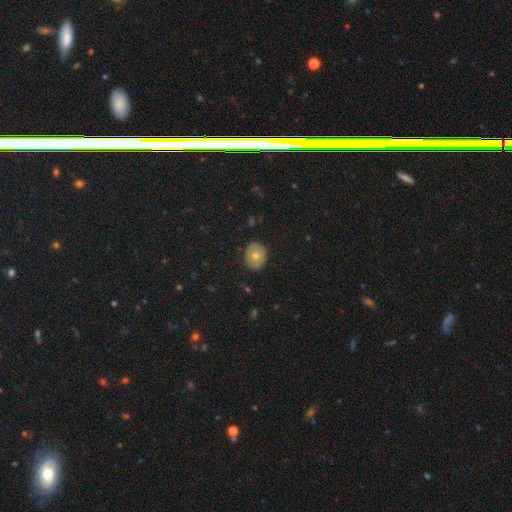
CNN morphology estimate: Smooth or featured? smooth (65%)
How rounded? round (69%)
Merging? none (85%)